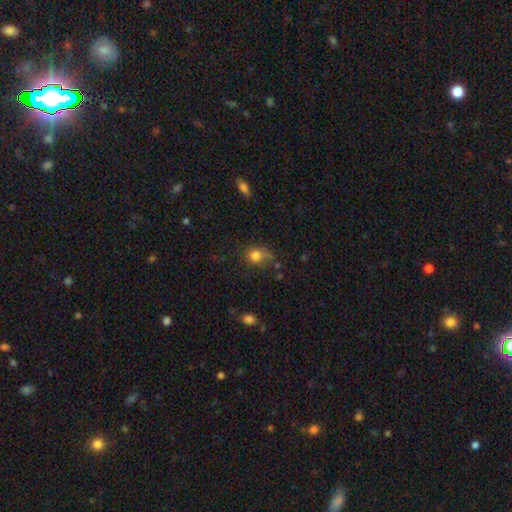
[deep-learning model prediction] Smooth or featured? smooth (79%)
How rounded? round (70%)
Merging? none (54%)